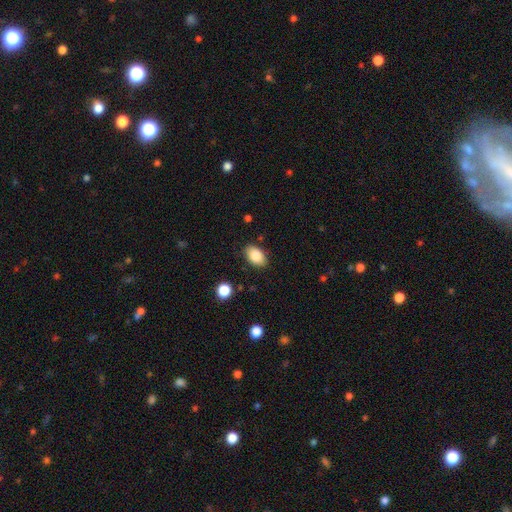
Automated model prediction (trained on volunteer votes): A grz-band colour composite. It shows a smooth galaxy with no disk features (84%) that is in between round and cigar-shaped (89%). Merging: none (86%).